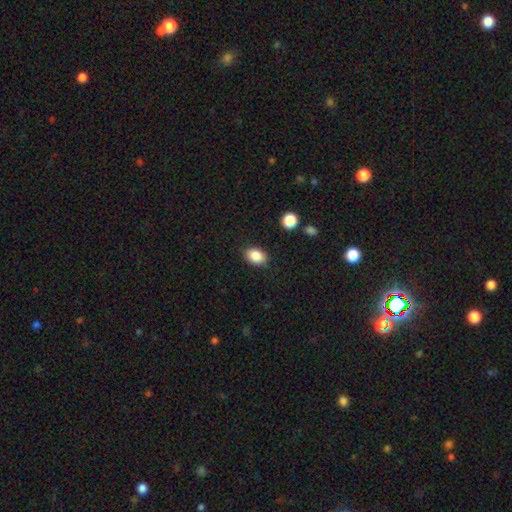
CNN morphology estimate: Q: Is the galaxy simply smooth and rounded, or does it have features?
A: smooth — 87%.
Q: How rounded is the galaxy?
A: in between — 80%.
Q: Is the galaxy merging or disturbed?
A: none — 87%.